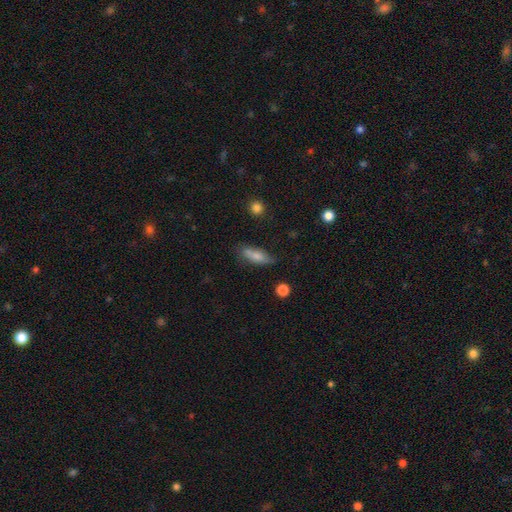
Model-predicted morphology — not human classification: Smooth or featured? smooth (73%)
How rounded? in between (65%)
Merging? none (63%)